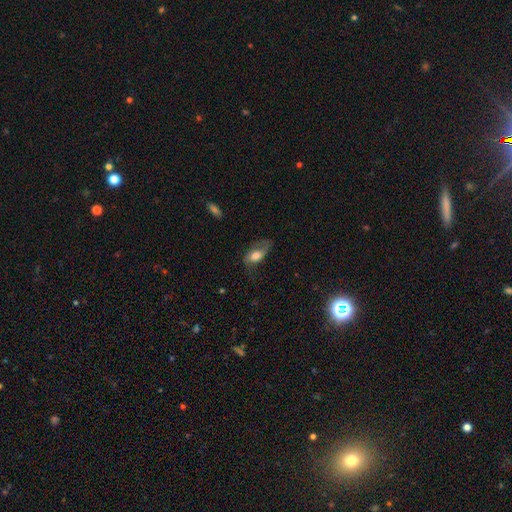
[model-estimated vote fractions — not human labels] Smooth or featured: smooth — 53% (featured or disk — 39%)
How rounded: in between — 85% (cigar-shaped — 8%)
Merging: none — 51% (minor disturbance — 27%)